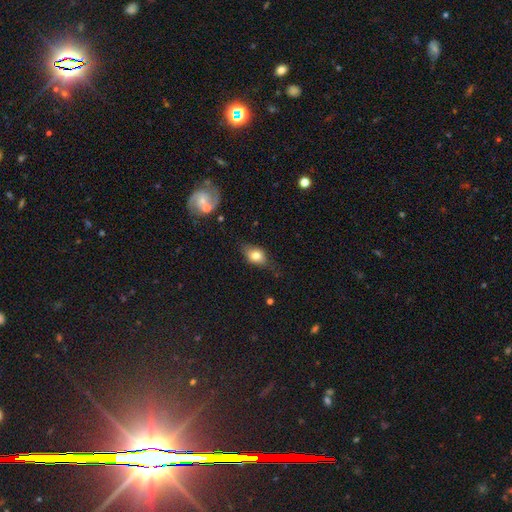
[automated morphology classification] smooth-or-featured: smooth: 70% | featured or disk: 21% | star or artifact: 9%
  how-rounded: in between: 75% | round: 21% | cigar-shaped: 4%
  merging: none: 64% | minor disturbance: 26% | major disturbance: 7% | merger: 3%